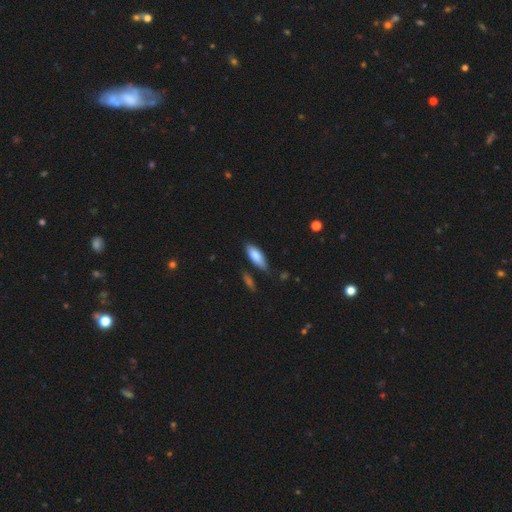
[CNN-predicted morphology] Smooth or featured? smooth (83%)
How rounded? in between (71%)
Merging? none (70%)